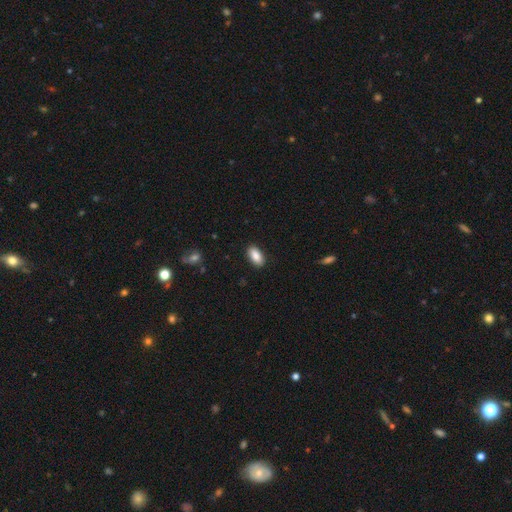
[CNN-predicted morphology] Overall: smooth (88%). How rounded: in between (92%). Merging: none (89%).